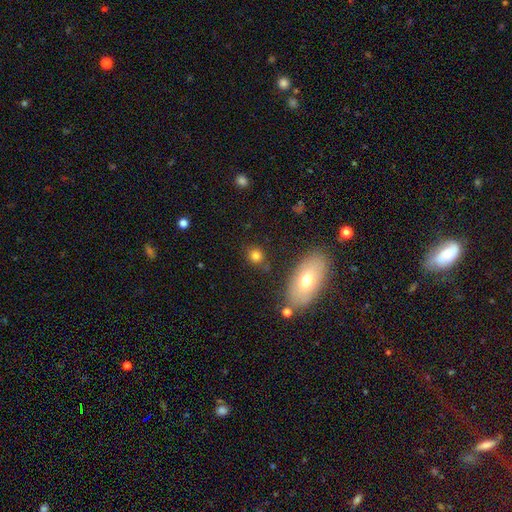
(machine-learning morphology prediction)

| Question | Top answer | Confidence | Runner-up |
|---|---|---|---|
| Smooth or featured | smooth | 78% | star or artifact (13%) |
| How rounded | round | 76% | in between (22%) |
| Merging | none | 81% | minor disturbance (10%) |